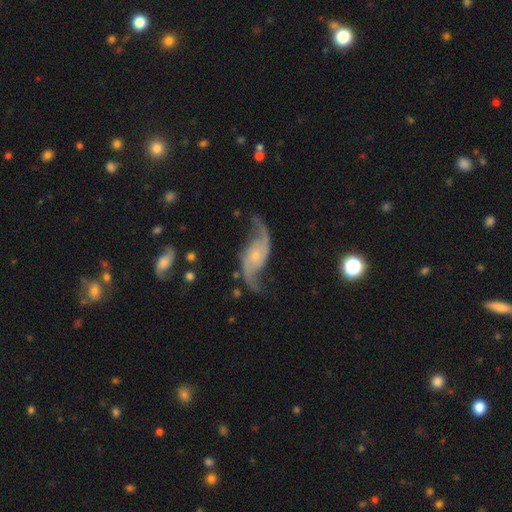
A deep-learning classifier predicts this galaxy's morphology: A featured or disk galaxy (90%) with no bar (64%), 2 (94%) loose (81%) spiral arms (97%) and a small central bulge (67%). Merging: none (71%).